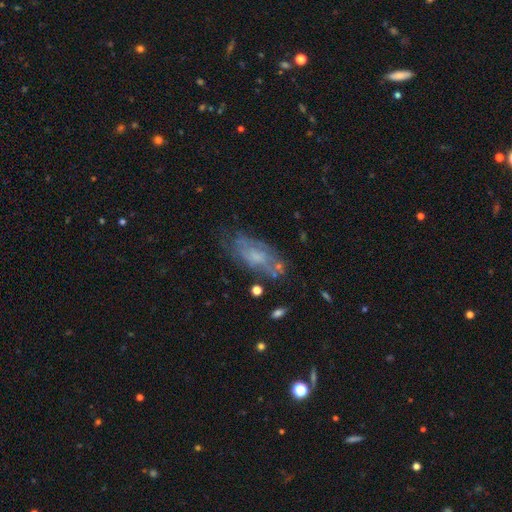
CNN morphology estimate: type=featured or disk (55%); edge-on=no (87%); merging=none (60%).